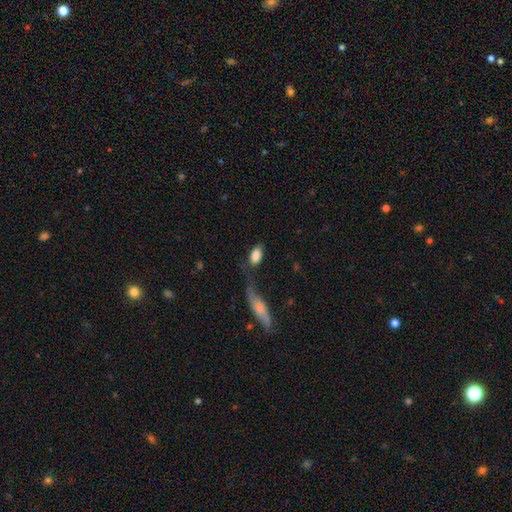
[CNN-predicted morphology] Q: Smooth or featured?
A: smooth (85%); runner-up: featured or disk (9%)
Q: How rounded?
A: in between (91%); runner-up: round (5%)
Q: Merging?
A: none (46%); runner-up: merger (20%)